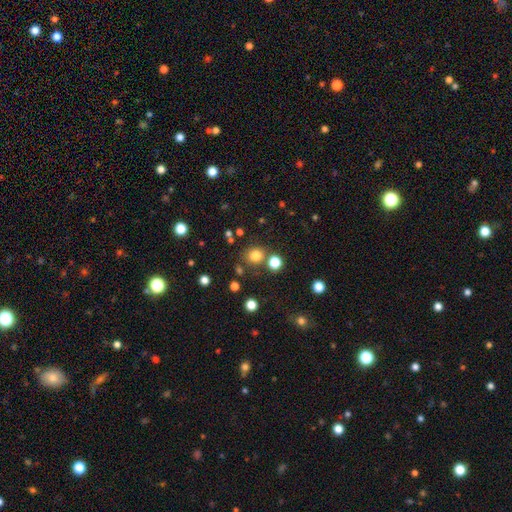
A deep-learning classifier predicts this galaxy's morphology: This appears to be a smooth galaxy with no disk features (78%) that is round (83%). Merging: none (77%).